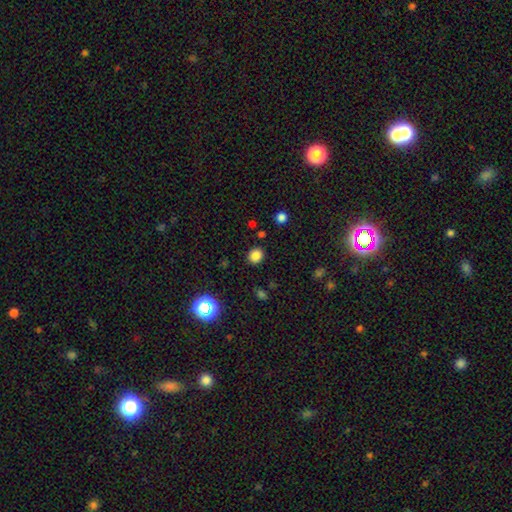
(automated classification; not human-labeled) smooth_or_featured: smooth (p=0.83) [alt: star or artifact p=0.13]
how_rounded: round (p=0.71) [alt: in between p=0.29]
merging: none (p=0.88) [alt: minor disturbance p=0.08]